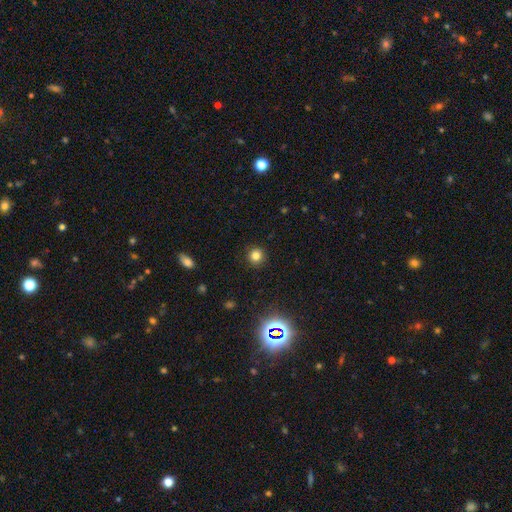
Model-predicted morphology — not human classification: Smooth or featured? Predicted: smooth (p=0.79). How rounded? Predicted: round (p=0.93). Merging? Predicted: none (p=0.92).